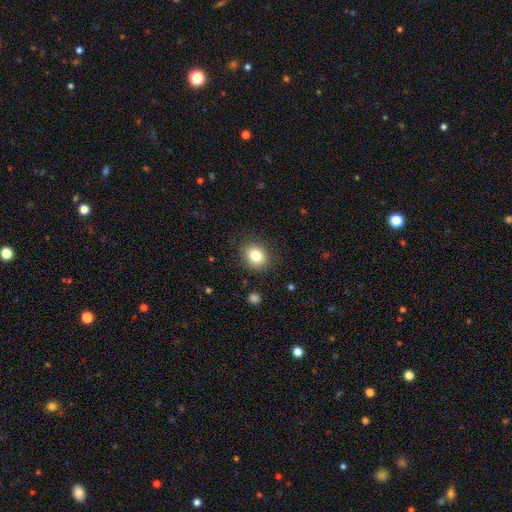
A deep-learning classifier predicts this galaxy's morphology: Smooth or featured: smooth — 81% (star or artifact — 10%)
How rounded: round — 67% (in between — 33%)
Merging: none — 87% (minor disturbance — 9%)